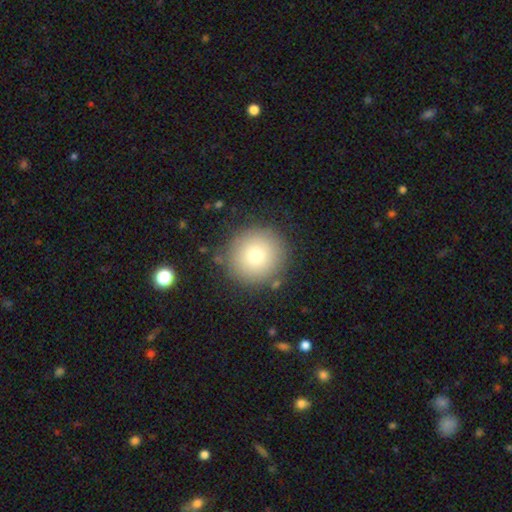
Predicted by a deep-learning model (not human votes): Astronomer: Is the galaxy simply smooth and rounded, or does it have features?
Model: smooth — 76%.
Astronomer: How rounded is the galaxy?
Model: round — 95%.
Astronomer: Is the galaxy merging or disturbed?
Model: none — 86%.